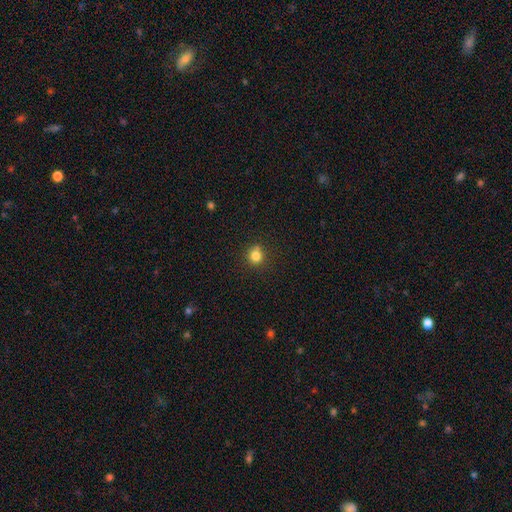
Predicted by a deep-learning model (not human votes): A smooth galaxy with no disk features (82%) that is round (85%). Merging: none (81%).